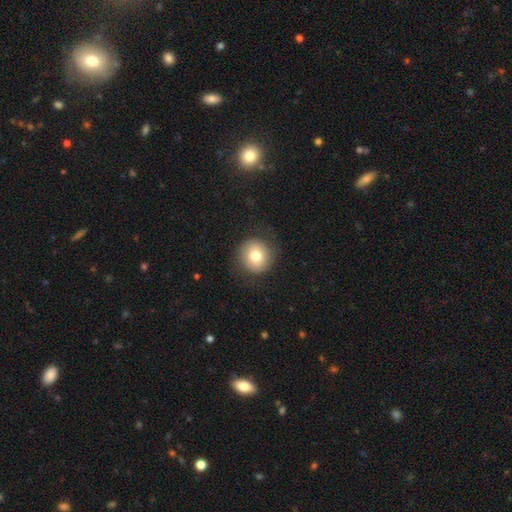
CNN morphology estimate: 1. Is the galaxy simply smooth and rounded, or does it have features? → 75% smooth, 17% featured or disk, 8% star or artifact.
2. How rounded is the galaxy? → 87% round, 12% in between, 1% cigar-shaped.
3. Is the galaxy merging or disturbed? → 79% none, 13% minor disturbance, 7% major disturbance, 1% merger.